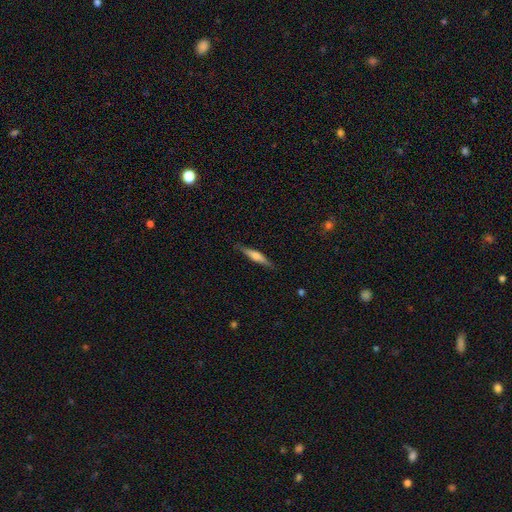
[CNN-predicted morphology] A featured or disk galaxy (49%). Merging: none (87%).